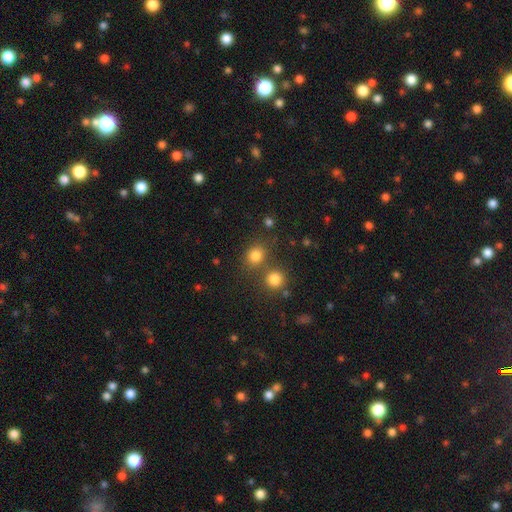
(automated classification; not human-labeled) smooth 80%, star or artifact 14%, featured or disk 6%. Down the decision tree: how rounded — round (71%); merging — none (67%).